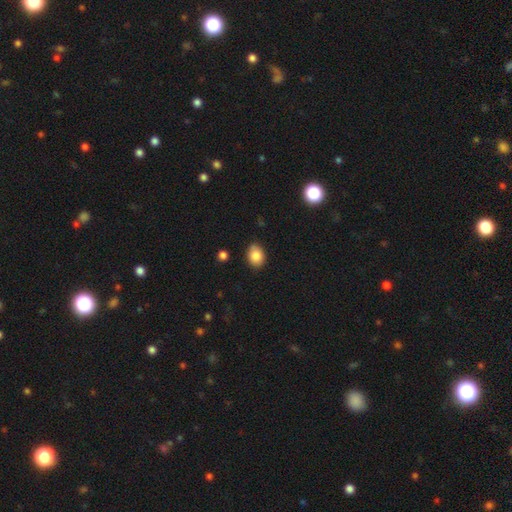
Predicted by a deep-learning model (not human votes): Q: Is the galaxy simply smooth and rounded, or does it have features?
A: smooth — 85%.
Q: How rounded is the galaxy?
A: in between — 65%.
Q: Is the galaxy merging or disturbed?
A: none — 85%.